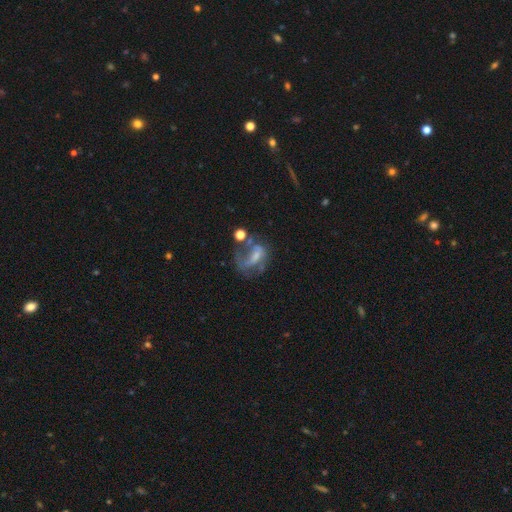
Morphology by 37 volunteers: Overall: featured or disk (59%; smooth 38%). Edge-on disk: no (100%). Bar: no (45%; weak 36%). Spiral arms: yes (55%; no 45%). Spiral arm count: 2 (42%; can't tell 33%). Spiral winding: medium (50%; tight 25%). Bulge size: moderate (50%; small 18%). Merging: major disturbance (44%; none 25%).